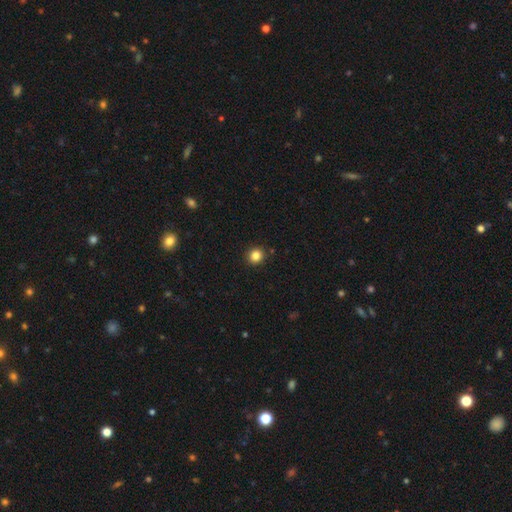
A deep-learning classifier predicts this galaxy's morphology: type=smooth (84%); roundness=round (88%); merging=none (91%).